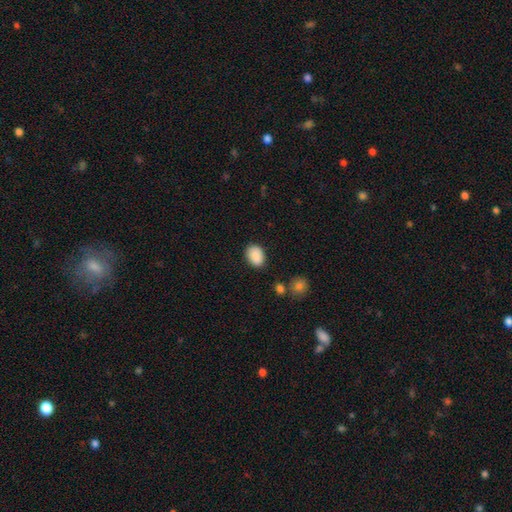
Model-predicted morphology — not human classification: Smooth or featured? Predicted: smooth (p=0.89). How rounded? Predicted: in between (p=0.75). Merging? Predicted: none (p=0.82).